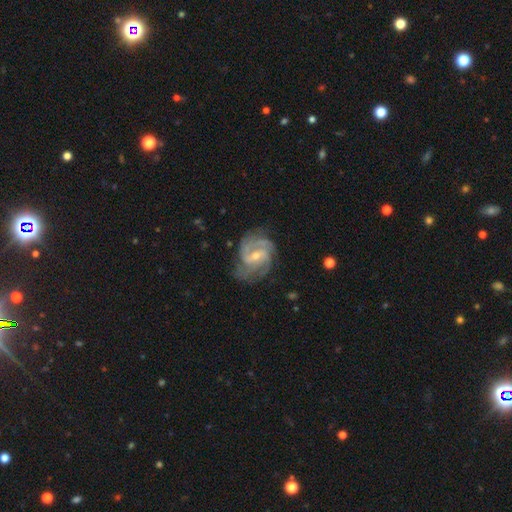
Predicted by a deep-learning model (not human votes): Overall: featured or disk (89%). Edge-on disk: no (98%). Bar: weak (52%; strong 25%). Spiral arms: yes (97%). Spiral arm count: 3 (35%; 2 25%). Spiral winding: medium (45%; tight 44%). Bulge size: small (55%; moderate 41%). Merging: none (71%).